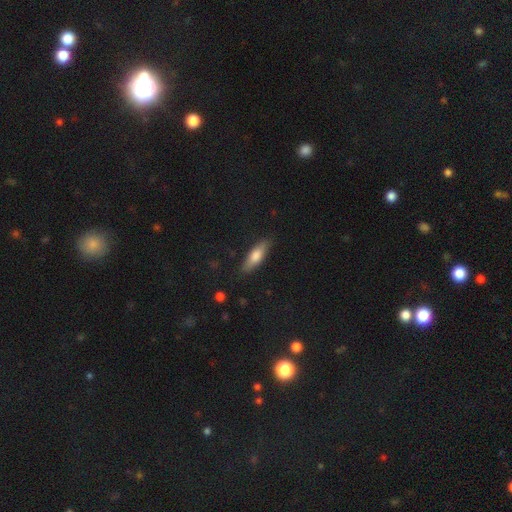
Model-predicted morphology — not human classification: type=smooth (70%); roundness=in between (49%); merging=none (85%).